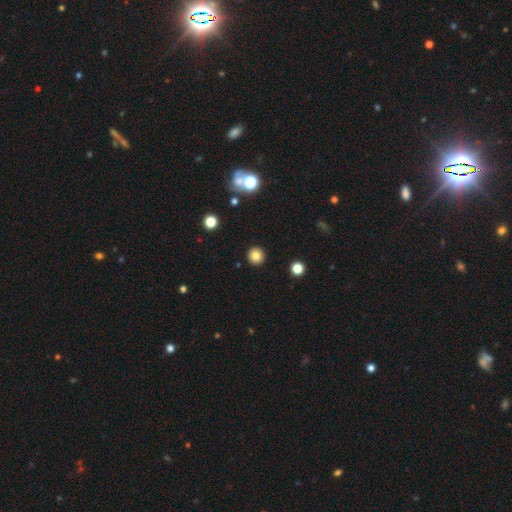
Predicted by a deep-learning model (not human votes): This is clearly a smooth galaxy (82%). How rounded: clearly round (93%). Merging: clearly none (92%).